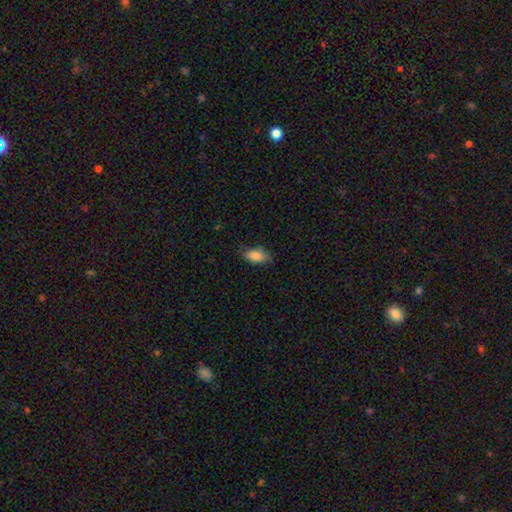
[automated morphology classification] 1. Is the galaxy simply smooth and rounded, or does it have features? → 85% smooth, 8% featured or disk, 7% star or artifact.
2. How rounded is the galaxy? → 89% in between, 7% cigar-shaped, 4% round.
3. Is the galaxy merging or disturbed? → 76% none, 19% minor disturbance, 4% major disturbance, 1% merger.